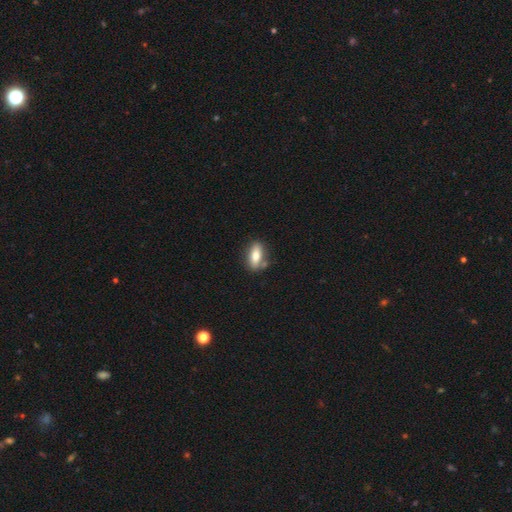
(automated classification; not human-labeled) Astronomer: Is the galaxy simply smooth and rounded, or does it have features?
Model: smooth — 77%.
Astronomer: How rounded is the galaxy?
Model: in between — 80%.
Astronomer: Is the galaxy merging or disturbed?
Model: none — 75%.